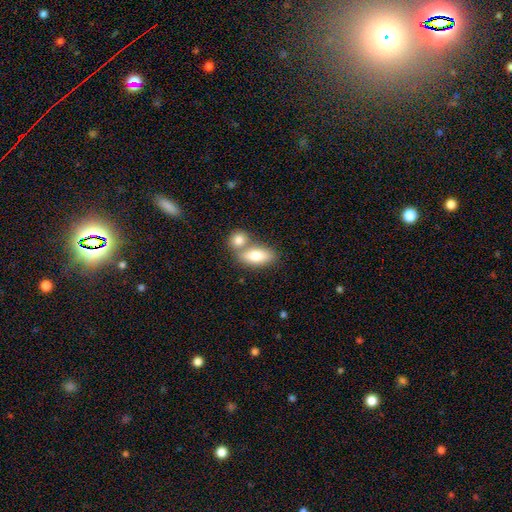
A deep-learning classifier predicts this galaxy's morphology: A smooth galaxy with no disk features (78%) that is in between round and cigar-shaped (83%).

Vote fractions:
- Smooth or featured? smooth: 78% / featured or disk: 16% / star or artifact: 6%
- How rounded? in between: 83% / cigar-shaped: 11% / round: 6%
- Merging? merger: 46% / none: 41% / minor disturbance: 9% / major disturbance: 3%